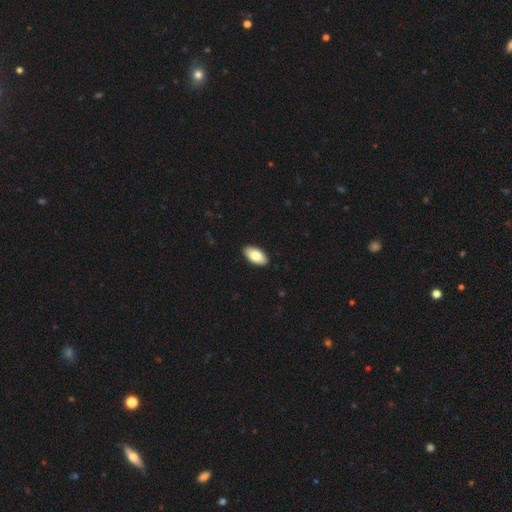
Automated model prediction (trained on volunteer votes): Q: Smooth or featured?
A: smooth (82%); runner-up: featured or disk (12%)
Q: How rounded?
A: in between (95%); runner-up: cigar-shaped (3%)
Q: Merging?
A: none (90%); runner-up: minor disturbance (7%)